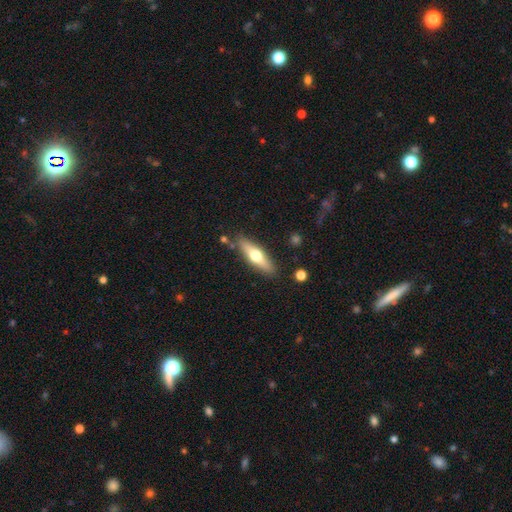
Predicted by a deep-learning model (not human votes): smooth-or-featured: featured or disk: 47% (tied) | smooth: 47% (tied) | star or artifact: 6%
  merging: none: 85% | minor disturbance: 10% | merger: 3% | major disturbance: 2%